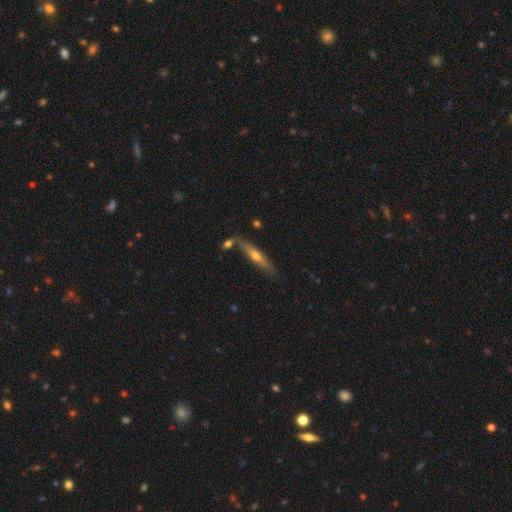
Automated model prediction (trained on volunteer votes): The model was most divided on "smooth or featured": featured or disk: 57%, smooth: 36%, star or artifact: 6%. More confident: edge-on disk — yes (91%); edge-on bulge — rounded (87%); merging — none (76%).